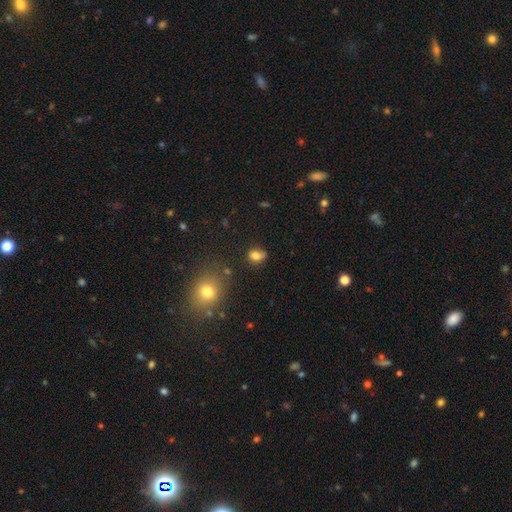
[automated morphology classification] smooth 78%, star or artifact 12%, featured or disk 10%. Down the decision tree: how rounded — in between (54%); merging — none (63%).